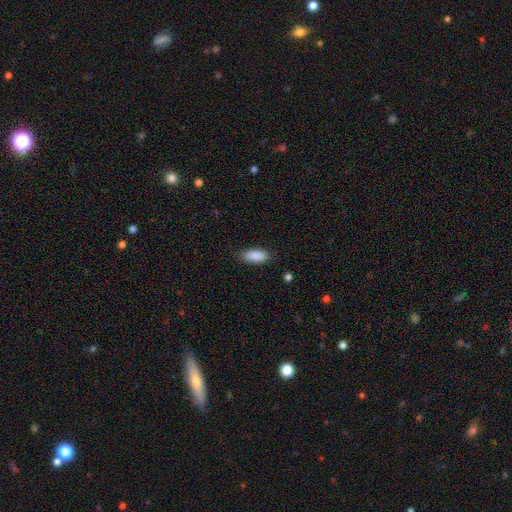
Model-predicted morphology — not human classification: Smooth or featured?
  - smooth: 90% *
  - star or artifact: 6%
  - featured or disk: 4%
How rounded?
  - in between: 83% *
  - cigar-shaped: 15%
  - round: 2%
Merging?
  - none: 86% *
  - minor disturbance: 11%
  - major disturbance: 2%
  - merger: 1%